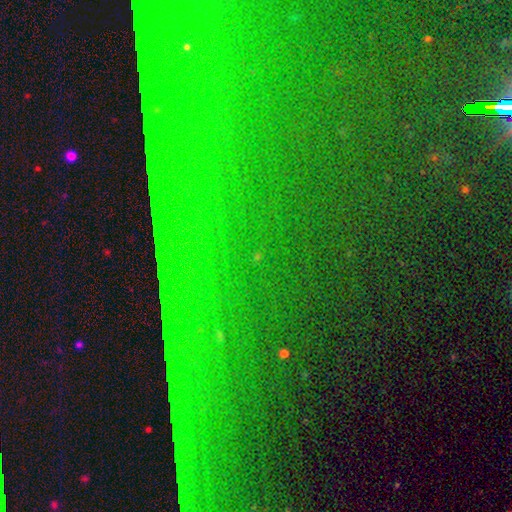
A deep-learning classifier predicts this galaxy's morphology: The model was most divided on "smooth or featured": star or artifact: 85%, smooth: 7%, featured or disk: 7%.